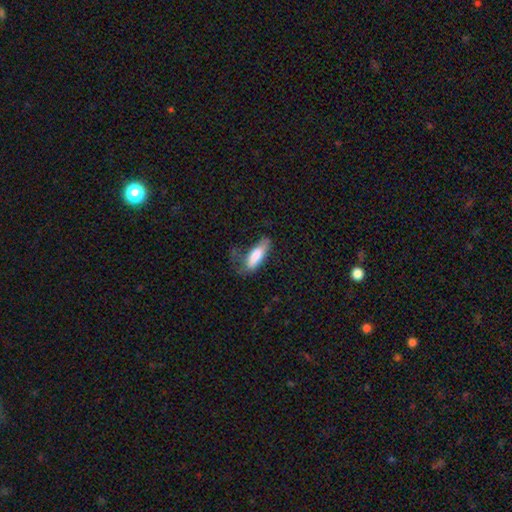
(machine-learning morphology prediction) type=smooth (78%); roundness=in between (56%); merging=none (45%).